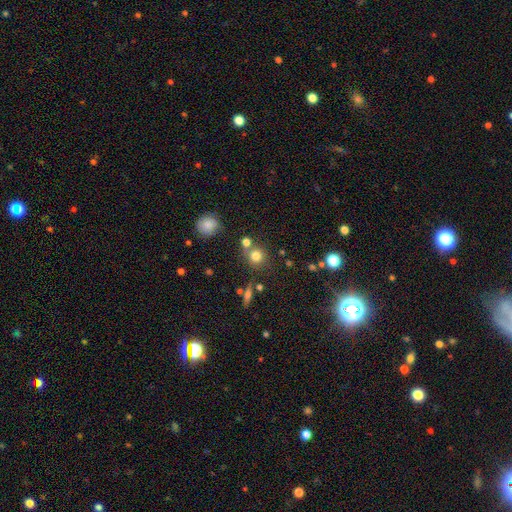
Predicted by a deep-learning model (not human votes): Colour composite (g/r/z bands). It shows a smooth galaxy with no disk features (76%) that is round (89%). Merging: none (67%).